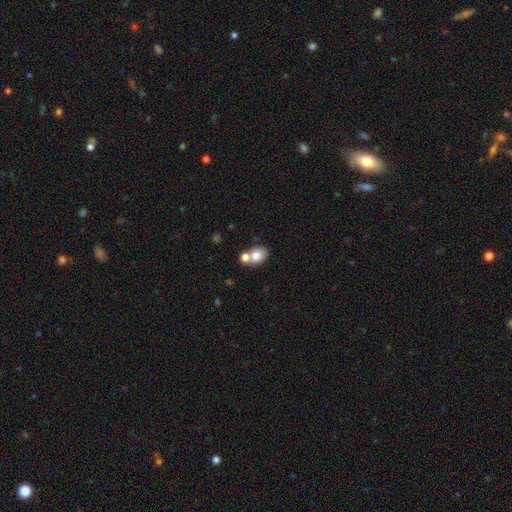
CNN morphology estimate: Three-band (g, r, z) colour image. It shows a smooth galaxy with no disk features (75%) that is in between round and cigar-shaped (59%). Merging: merger (44%).